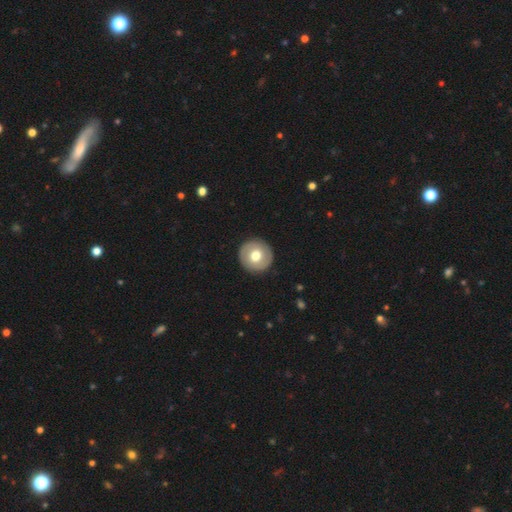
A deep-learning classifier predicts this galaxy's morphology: This is likely a smooth galaxy (62%). How rounded: clearly round (95%). Merging: clearly none (91%).